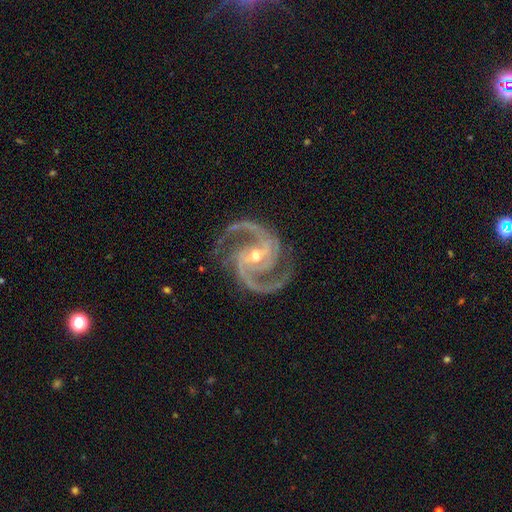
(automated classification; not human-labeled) Q: Smooth or featured?
A: featured or disk (94%); runner-up: star or artifact (4%)
Q: Edge-on disk?
A: no (98%); runner-up: yes (2%)
Q: Bar?
A: weak (42%); runner-up: strong (32%)
Q: Spiral arms?
A: yes (99%); runner-up: no (1%)
Q: Spiral winding?
A: medium (66%); runner-up: tight (24%)
Q: Spiral arm count?
A: 2 (74%); runner-up: 3 (16%)
Q: Bulge size?
A: small (50%); runner-up: moderate (48%)
Q: Merging?
A: none (79%); runner-up: minor disturbance (14%)